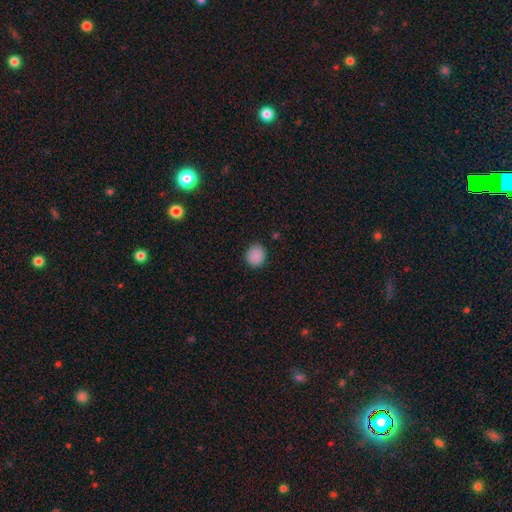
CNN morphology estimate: type=smooth (88%); roundness=round (86%); merging=none (89%).